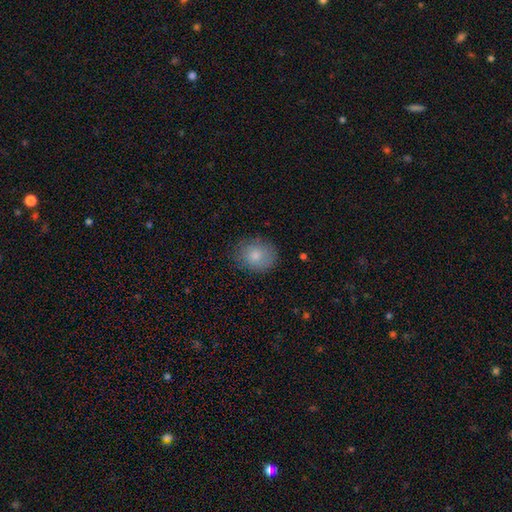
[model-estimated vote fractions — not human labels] The model was most divided on "how rounded": round: 62%, in between: 37%, cigar-shaped: 1%. More confident: smooth or featured — smooth (82%); merging — none (77%).